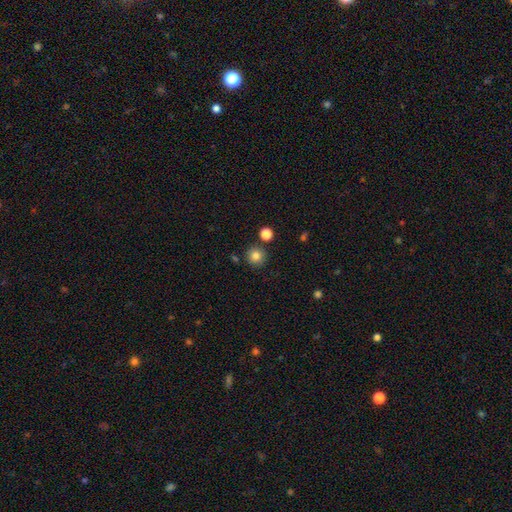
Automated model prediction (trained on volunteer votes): smooth_or_featured: smooth (p=0.83) [alt: star or artifact p=0.12]
how_rounded: round (p=0.94) [alt: in between p=0.05]
merging: none (p=0.85) [alt: minor disturbance p=0.07]